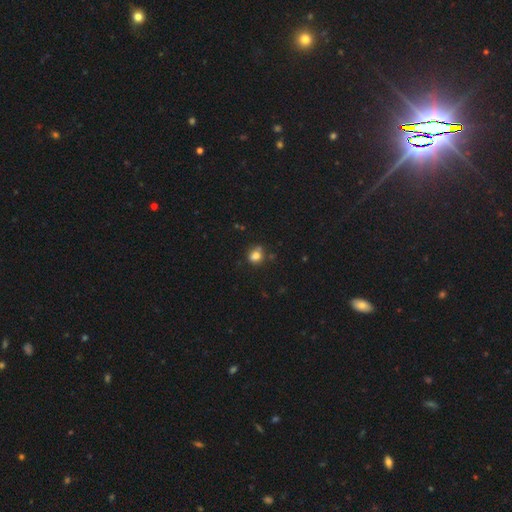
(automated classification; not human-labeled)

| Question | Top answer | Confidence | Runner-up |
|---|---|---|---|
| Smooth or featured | smooth | 80% | star or artifact (12%) |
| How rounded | round | 65% | in between (34%) |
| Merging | none | 61% | minor disturbance (21%) |